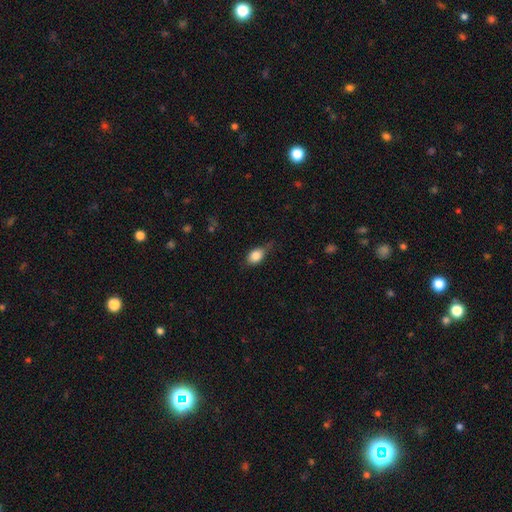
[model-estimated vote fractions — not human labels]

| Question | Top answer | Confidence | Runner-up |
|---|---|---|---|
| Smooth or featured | smooth | 83% | featured or disk (9%) |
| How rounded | in between | 82% | round (15%) |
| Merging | none | 61% | minor disturbance (29%) |